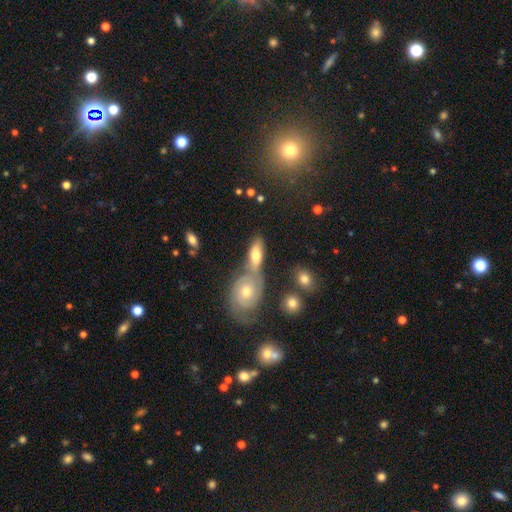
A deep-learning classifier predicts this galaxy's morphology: This appears to be a featured or disk galaxy (46%, tied with smooth). Merging: merger (43%).